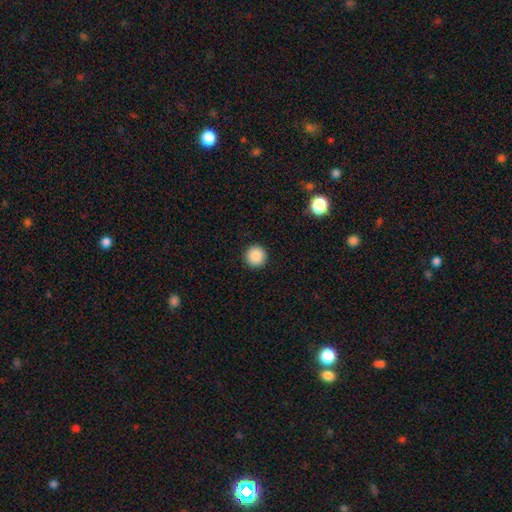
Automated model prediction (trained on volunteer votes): This is clearly a smooth galaxy (88%). How rounded: clearly round (96%). Merging: clearly none (93%).